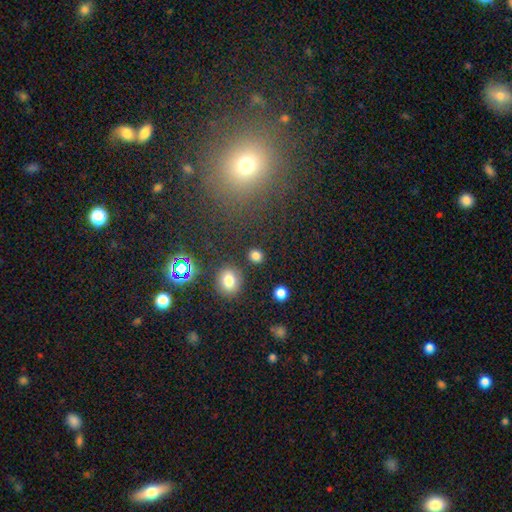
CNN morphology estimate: The model was most divided on "how rounded": round: 81%, in between: 18%, cigar-shaped: 1%. More confident: merging — none (84%); smooth or featured — smooth (81%).